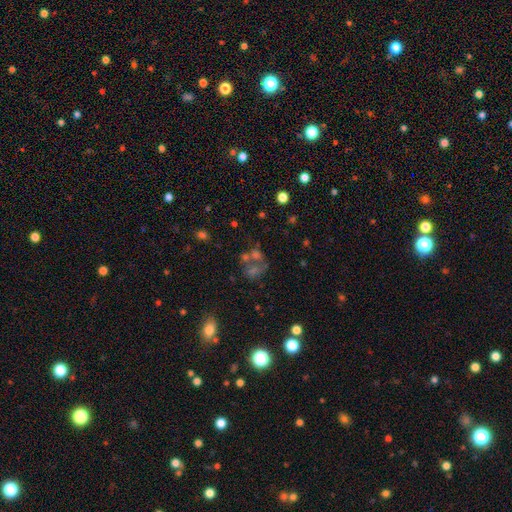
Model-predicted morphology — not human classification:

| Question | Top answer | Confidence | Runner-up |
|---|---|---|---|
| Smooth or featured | smooth | 38% | star or artifact (35%) |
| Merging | none | 38% | merger (35%) |